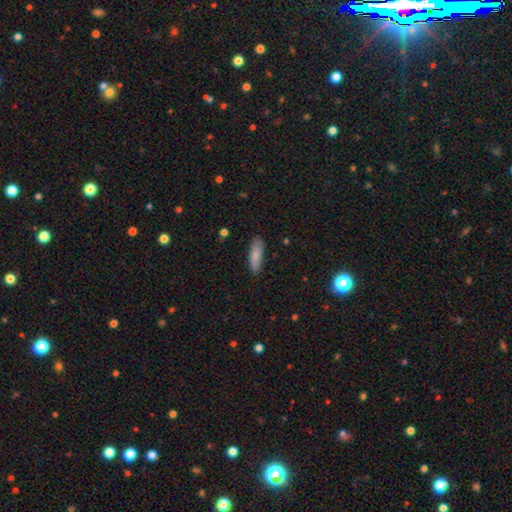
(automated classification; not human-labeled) smooth_or_featured: smooth (p=0.83) [alt: featured or disk p=0.10]
how_rounded: in between (p=0.57) [alt: cigar-shaped p=0.42]
merging: none (p=0.84) [alt: minor disturbance p=0.13]